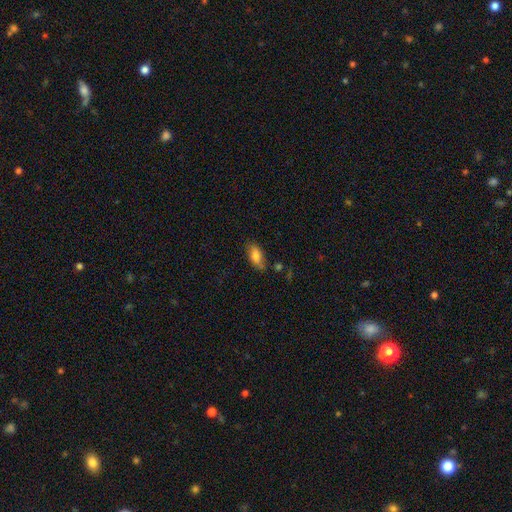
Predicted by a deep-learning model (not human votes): smooth-or-featured: smooth: 78% | featured or disk: 14% | star or artifact: 8%
  how-rounded: in between: 88% | cigar-shaped: 7% | round: 4%
  merging: none: 71% | minor disturbance: 20% | merger: 5% | major disturbance: 4%